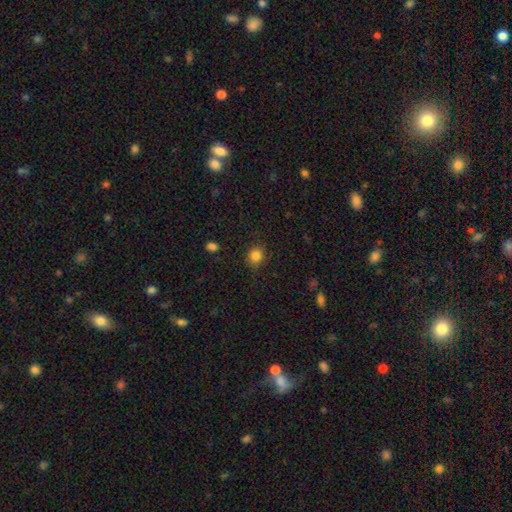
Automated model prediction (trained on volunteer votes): The model was most divided on "how rounded": round: 81%, in between: 18%, cigar-shaped: 1%. More confident: merging — none (87%); smooth or featured — smooth (84%).